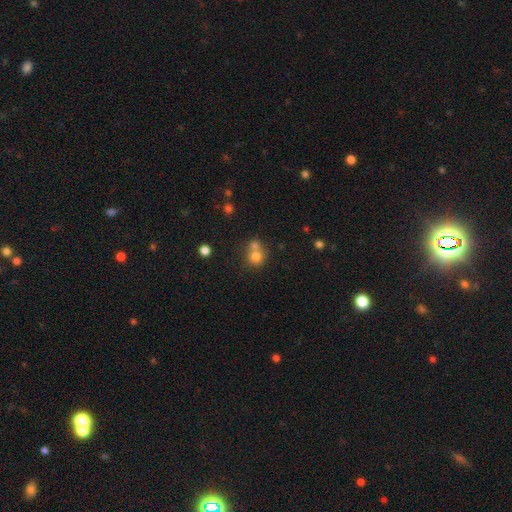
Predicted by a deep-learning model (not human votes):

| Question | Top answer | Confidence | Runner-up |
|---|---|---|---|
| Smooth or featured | smooth | 75% | star or artifact (13%) |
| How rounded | round | 85% | in between (14%) |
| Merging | merger | 48% | none (42%) |